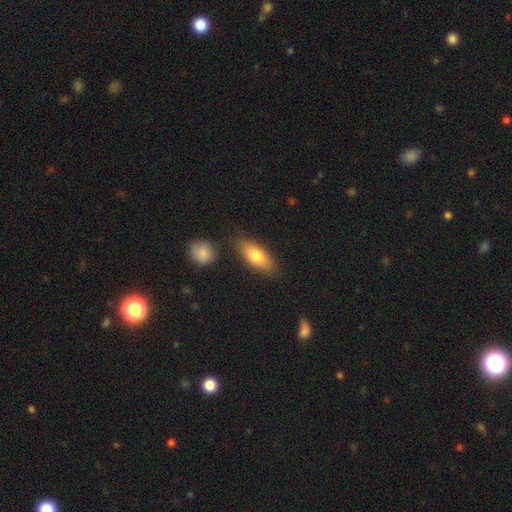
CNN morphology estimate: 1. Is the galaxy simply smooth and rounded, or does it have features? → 78% smooth, 16% featured or disk, 6% star or artifact.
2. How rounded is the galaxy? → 81% in between, 15% cigar-shaped, 4% round.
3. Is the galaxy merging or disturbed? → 78% none, 13% minor disturbance, 6% merger, 3% major disturbance.